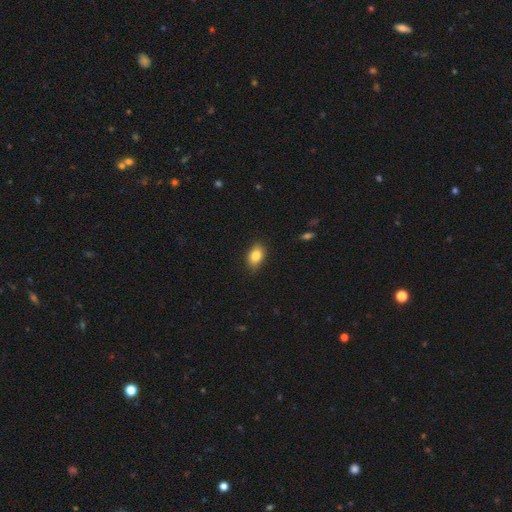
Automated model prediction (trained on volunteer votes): smooth 84%, star or artifact 8%, featured or disk 8%. Down the decision tree: how rounded — in between (83%); merging — none (84%).